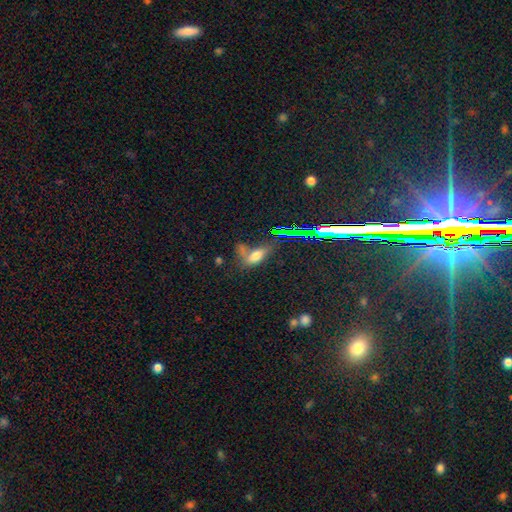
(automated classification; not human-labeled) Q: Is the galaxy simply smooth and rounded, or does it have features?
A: smooth — 63%.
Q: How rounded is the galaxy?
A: in between — 78%.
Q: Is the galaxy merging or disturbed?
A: none — 33%.